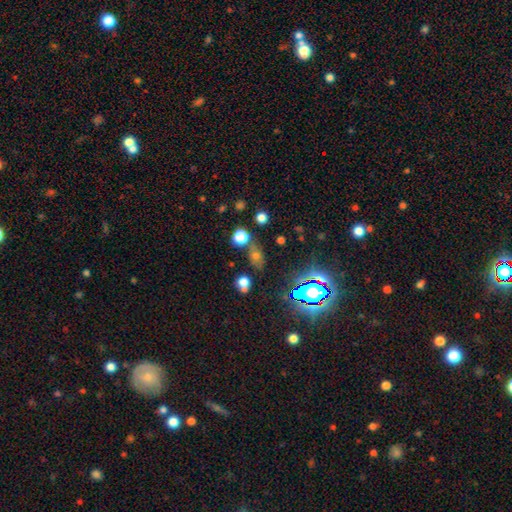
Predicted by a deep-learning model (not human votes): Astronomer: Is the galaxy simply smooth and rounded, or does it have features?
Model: smooth — 47% (runner-up: star or artifact, 40%).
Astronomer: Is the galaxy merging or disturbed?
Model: none — 69%.